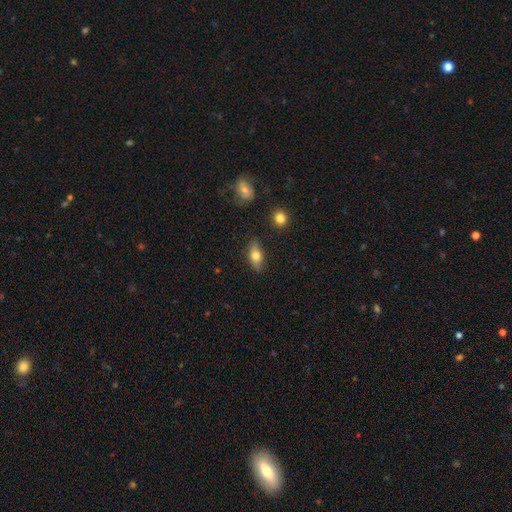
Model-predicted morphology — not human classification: This appears to be a smooth galaxy with no disk features (70%) that is in between round and cigar-shaped (81%). Merging: none (84%).